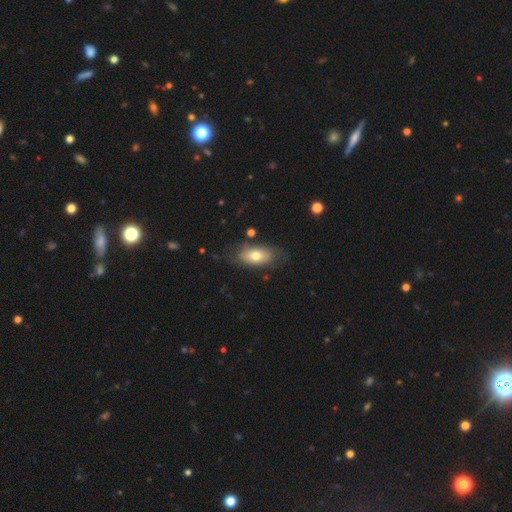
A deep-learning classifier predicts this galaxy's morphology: The model was most divided on "smooth or featured": smooth: 66%, featured or disk: 27%, star or artifact: 7%. More confident: how rounded — in between (89%); merging — none (70%).